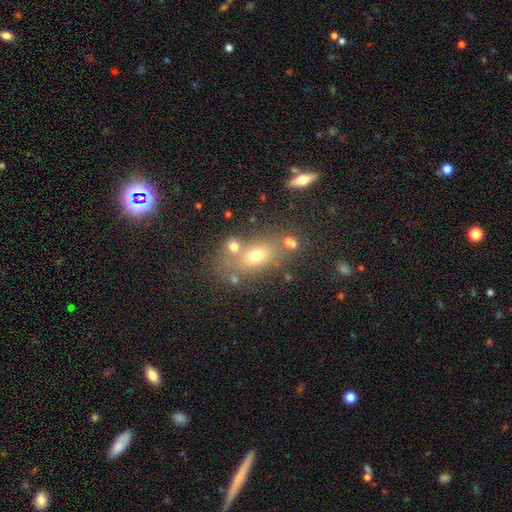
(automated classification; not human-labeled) A smooth galaxy with no disk features (61%) that is in between round and cigar-shaped (74%).

Vote fractions:
- Smooth or featured? smooth: 61% / featured or disk: 20% / star or artifact: 19%
- How rounded? in between: 74% / round: 23% / cigar-shaped: 4%
- Merging? none: 58% / merger: 22% / minor disturbance: 14% / major disturbance: 7%